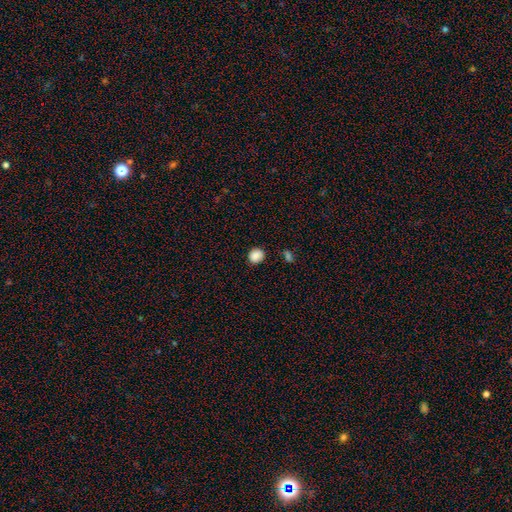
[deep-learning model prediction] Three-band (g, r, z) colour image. It shows a smooth galaxy with no disk features (87%) that is round (80%). Merging: none (85%).